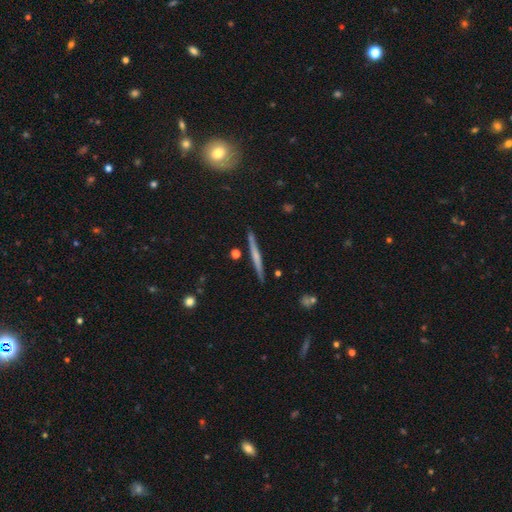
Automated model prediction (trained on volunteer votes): A featured or disk galaxy (55%) viewed edge-on (97%) with no central bulge (62%).

Vote fractions:
- Smooth or featured? featured or disk: 55% / smooth: 39% / star or artifact: 7%
- Edge-on disk? yes: 97% / no: 3%
- Edge-on bulge? none: 62% / rounded: 28% / boxy: 10%
- Merging? none: 90% / minor disturbance: 7% / merger: 2% / major disturbance: 1%